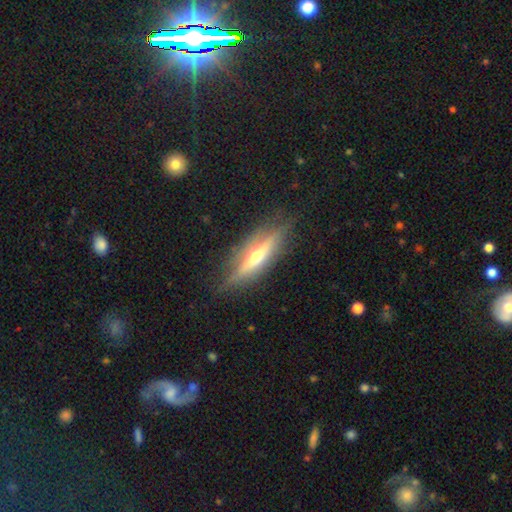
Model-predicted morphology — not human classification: Smooth or featured? Predicted: featured or disk (p=0.68). Edge-on disk? Predicted: yes (p=0.91). Edge-on bulge? Predicted: rounded (p=0.87). Merging? Predicted: none (p=0.82).